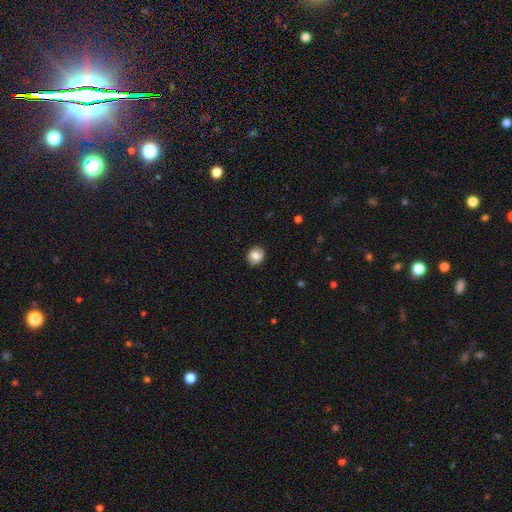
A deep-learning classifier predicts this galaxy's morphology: This is likely a smooth galaxy (78%). How rounded: likely round (71%). Merging: clearly none (81%).